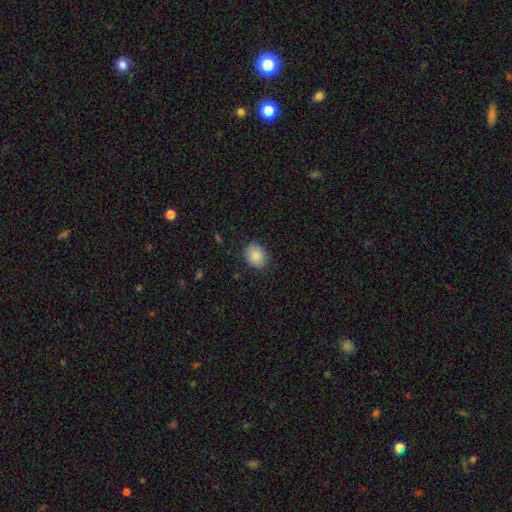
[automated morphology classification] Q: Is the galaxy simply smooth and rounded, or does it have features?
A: smooth — 86%.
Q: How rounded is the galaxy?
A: in between — 54%.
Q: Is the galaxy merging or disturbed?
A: none — 86%.